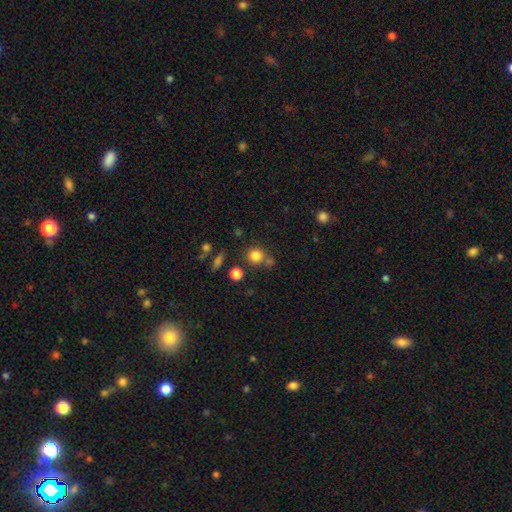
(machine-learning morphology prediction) This appears to be a smooth galaxy with no disk features (81%) that is round (89%). Merging: none (66%).